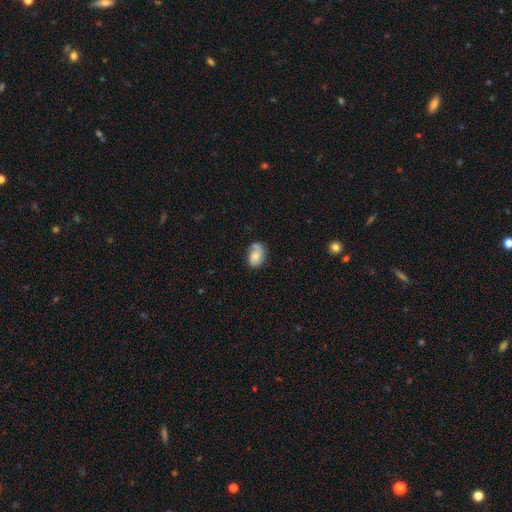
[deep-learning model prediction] smooth 56%, featured or disk 36%, star or artifact 8%. Down the decision tree: how rounded — in between (79%); merging — none (55%).